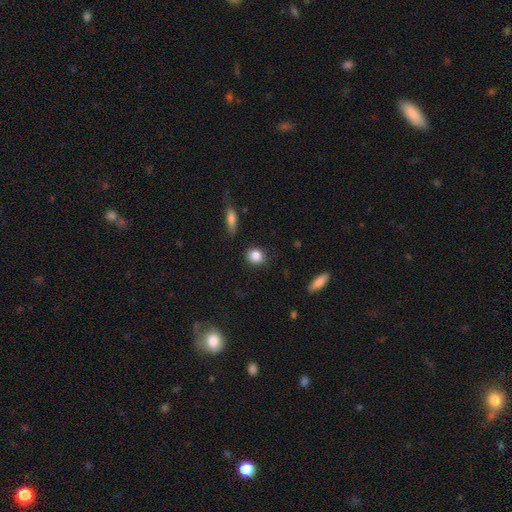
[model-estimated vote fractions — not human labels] A smooth galaxy with no disk features (86%) that is round (74%).

Vote fractions:
- Smooth or featured? smooth: 86% / star or artifact: 8% / featured or disk: 5%
- How rounded? round: 74% / in between: 24% / cigar-shaped: 2%
- Merging? none: 85% / minor disturbance: 11% / major disturbance: 3% / merger: 2%